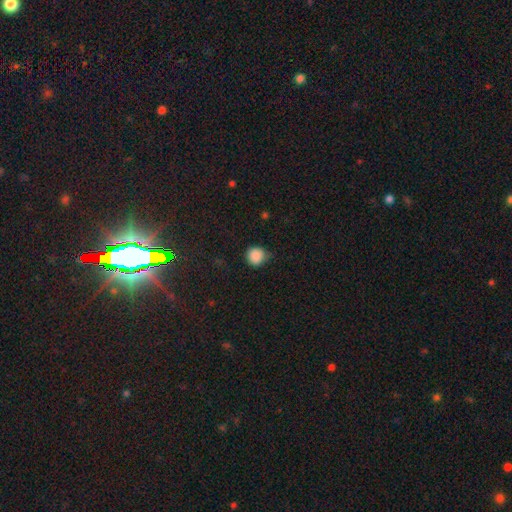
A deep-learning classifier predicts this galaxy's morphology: smooth 87%, star or artifact 10%, featured or disk 3%. Down the decision tree: how rounded — round (93%); merging — none (68%).